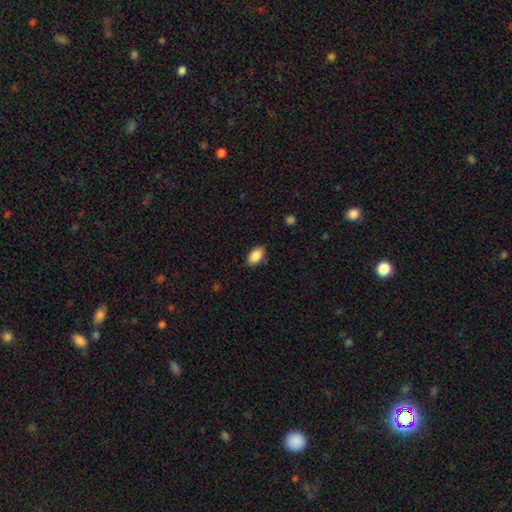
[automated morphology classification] Smooth or featured?
  - smooth: 88% *
  - star or artifact: 7%
  - featured or disk: 5%
How rounded?
  - in between: 92% *
  - round: 6%
  - cigar-shaped: 2%
Merging?
  - none: 84% *
  - minor disturbance: 12%
  - major disturbance: 2%
  - merger: 1%